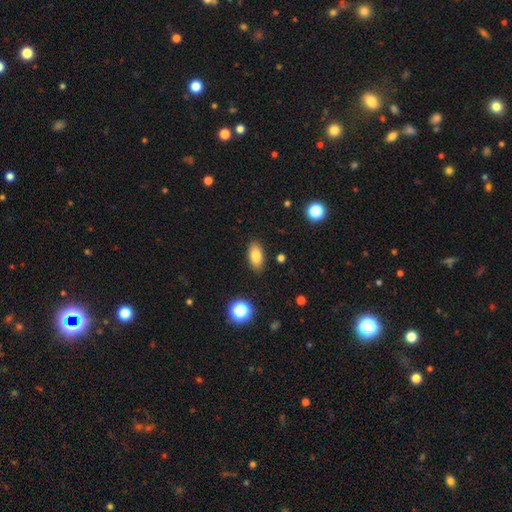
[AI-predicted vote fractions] Smooth or featured: smooth — 81% (featured or disk — 9%)
How rounded: in between — 88% (cigar-shaped — 7%)
Merging: none — 88% (minor disturbance — 8%)